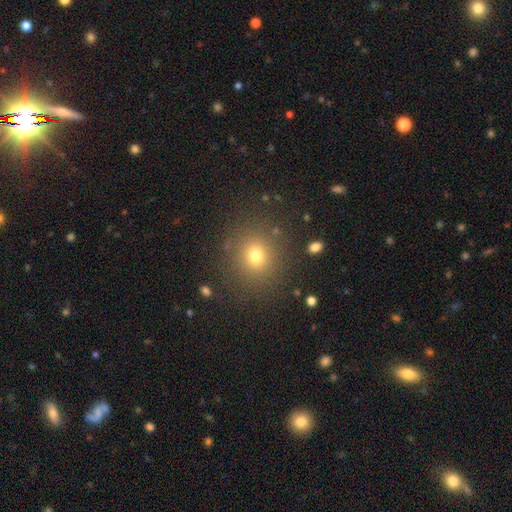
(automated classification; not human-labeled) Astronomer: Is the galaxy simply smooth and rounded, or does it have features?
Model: smooth — 74%.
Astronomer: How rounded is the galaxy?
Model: round — 83%.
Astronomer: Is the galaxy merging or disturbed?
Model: none — 86%.